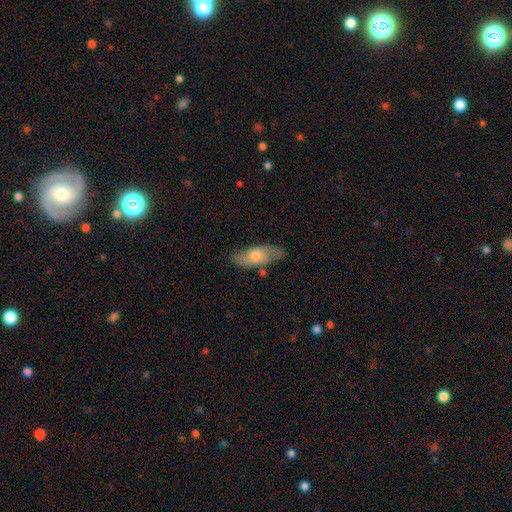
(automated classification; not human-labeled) smooth 58%, featured or disk 36%, star or artifact 6%. Down the decision tree: how rounded — in between (74%); merging — none (74%).